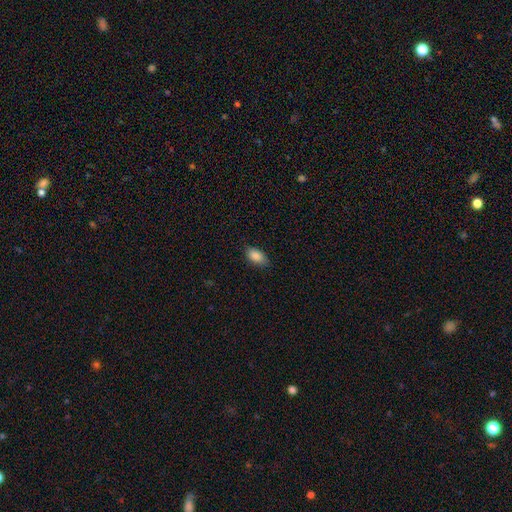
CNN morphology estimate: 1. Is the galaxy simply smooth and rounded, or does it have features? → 86% smooth, 8% star or artifact, 6% featured or disk.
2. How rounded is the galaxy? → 91% in between, 6% round, 3% cigar-shaped.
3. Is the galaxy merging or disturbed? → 81% none, 15% minor disturbance, 3% major disturbance, 1% merger.